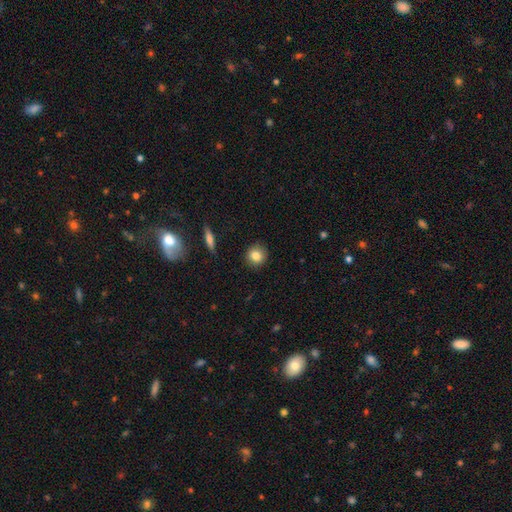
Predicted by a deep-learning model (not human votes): A smooth galaxy with no disk features (83%) that is round (90%). Merging: none (89%).